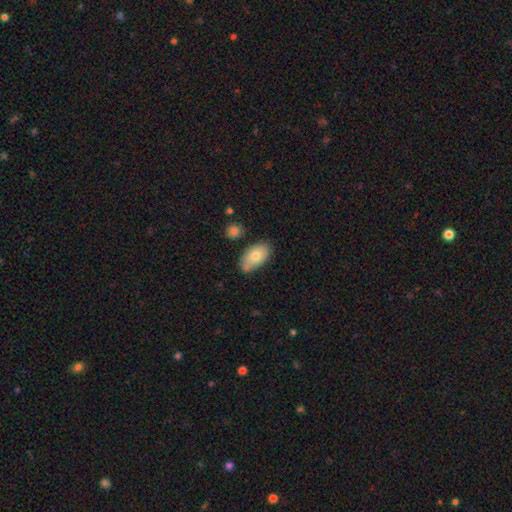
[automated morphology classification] This appears to be a smooth galaxy with no disk features (74%) that is in between round and cigar-shaped (93%). Merging: none (68%).